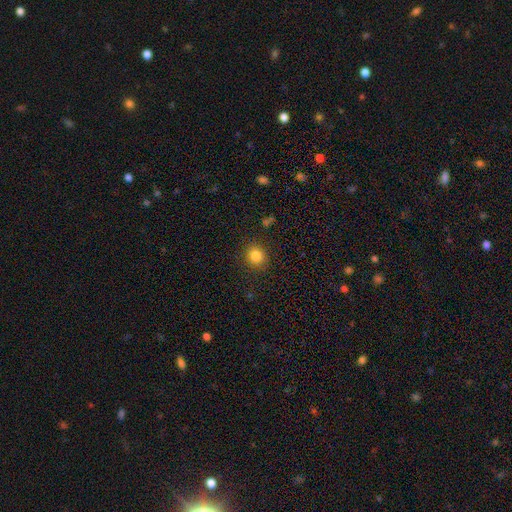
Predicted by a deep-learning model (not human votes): Morphology: type=smooth (84%); roundness=round (82%); merging=none (89%).